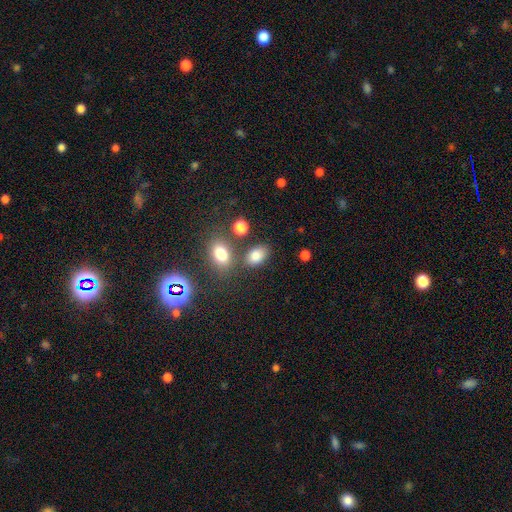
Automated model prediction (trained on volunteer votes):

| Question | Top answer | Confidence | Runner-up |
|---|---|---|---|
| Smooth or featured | smooth | 80% | star or artifact (13%) |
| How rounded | in between | 83% | round (15%) |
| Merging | none | 69% | minor disturbance (13%) |